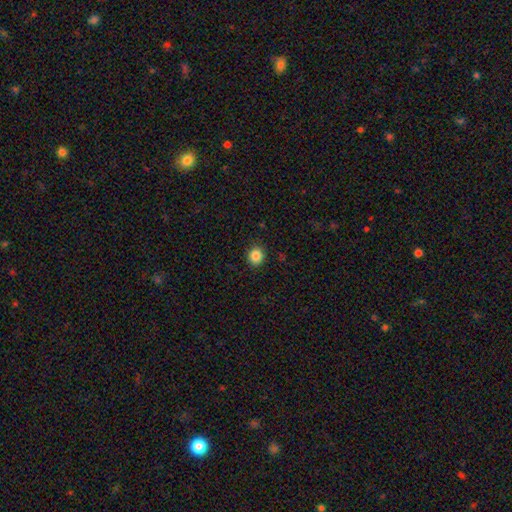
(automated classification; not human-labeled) A smooth galaxy with no disk features (86%) that is round (84%). Merging: none (90%).